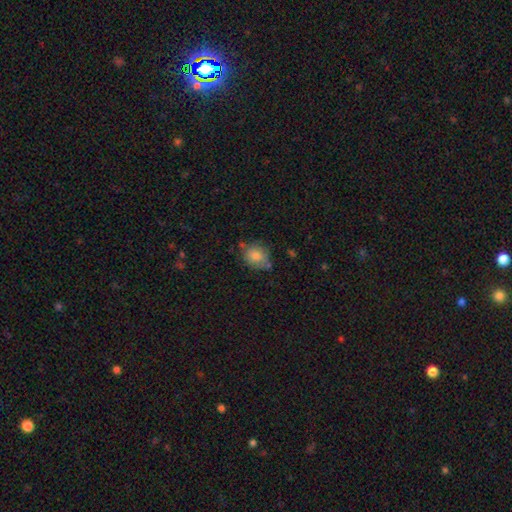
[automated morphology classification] A smooth galaxy with no disk features (79%) that is round (70%).

Vote fractions:
- Smooth or featured? smooth: 79% / featured or disk: 11% / star or artifact: 10%
- How rounded? round: 70% / in between: 29% / cigar-shaped: 1%
- Merging? none: 66% / minor disturbance: 22% / merger: 7% / major disturbance: 5%